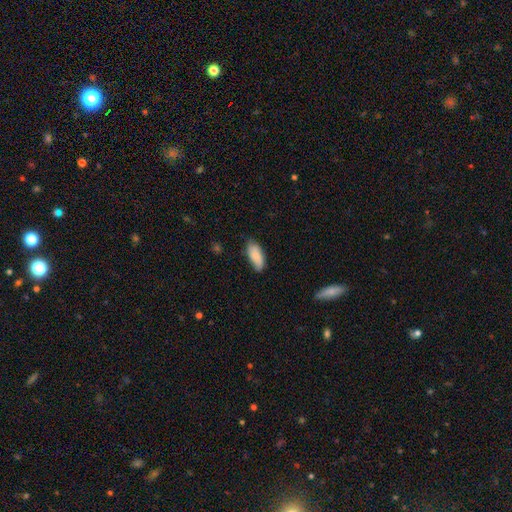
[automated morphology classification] Smooth or featured?
  - smooth: 82% *
  - featured or disk: 11%
  - star or artifact: 6%
How rounded?
  - in between: 86% *
  - cigar-shaped: 12%
  - round: 2%
Merging?
  - none: 71% *
  - minor disturbance: 23%
  - major disturbance: 4%
  - merger: 2%